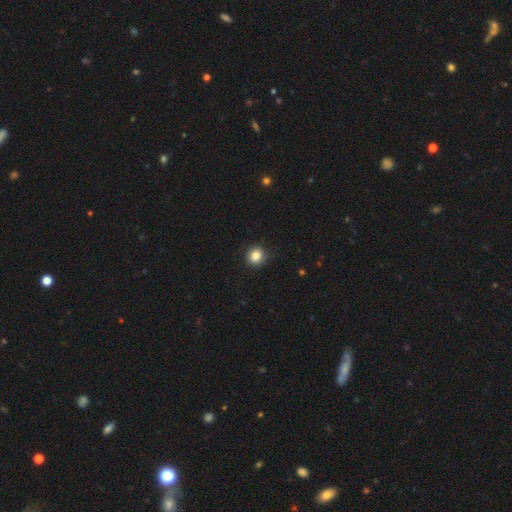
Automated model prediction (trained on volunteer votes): This appears to be a smooth galaxy with no disk features (84%) that is round (85%). Merging: none (87%).